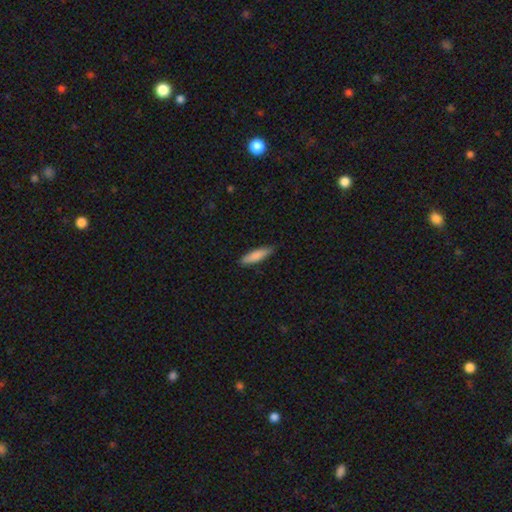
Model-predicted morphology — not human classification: smooth-or-featured: smooth: 84% | featured or disk: 11% | star or artifact: 6%
  how-rounded: cigar-shaped: 69% | in between: 29% | round: 1%
  merging: none: 84% | minor disturbance: 13% | major disturbance: 2% | merger: 1%